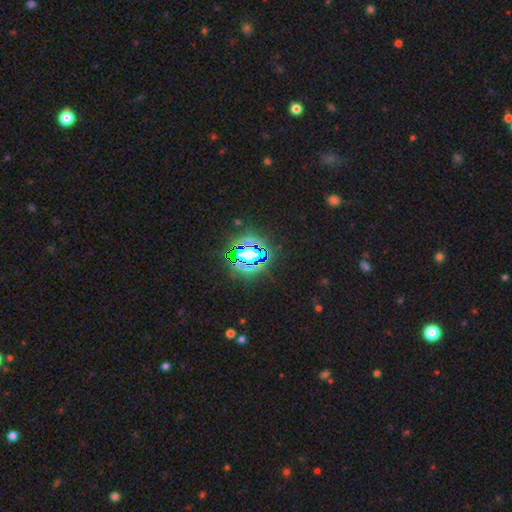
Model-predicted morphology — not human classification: Smooth or featured?
  - star or artifact: 79% *
  - smooth: 13%
  - featured or disk: 8%